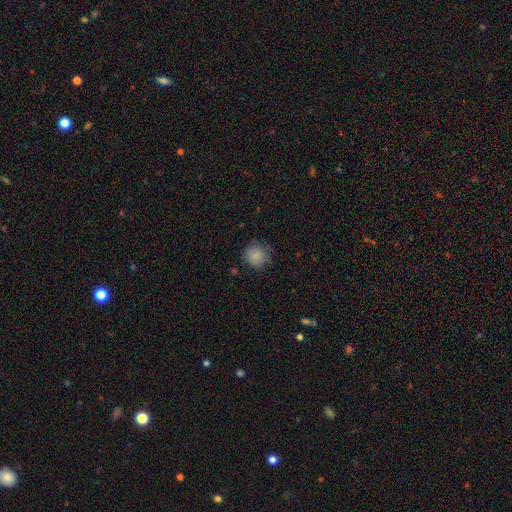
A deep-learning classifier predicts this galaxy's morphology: This appears to be a smooth galaxy with no disk features (85%) that is round (91%). Merging: none (78%).